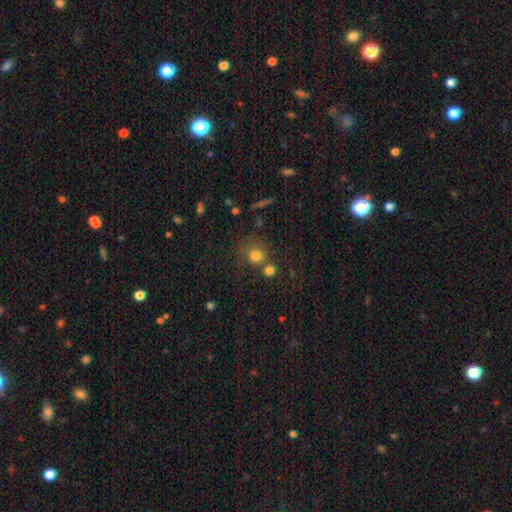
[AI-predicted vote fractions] This is likely a smooth galaxy (78%). How rounded: clearly round (87%). Merging: possibly none (59%).